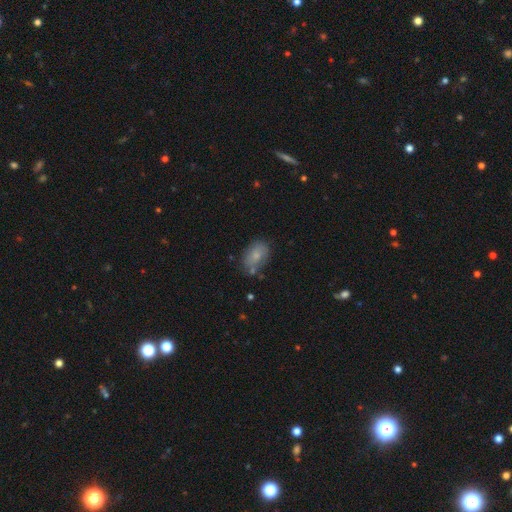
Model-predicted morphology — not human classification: This is likely a smooth galaxy (75%). How rounded: clearly in between (86%). Merging: likely none (65%).